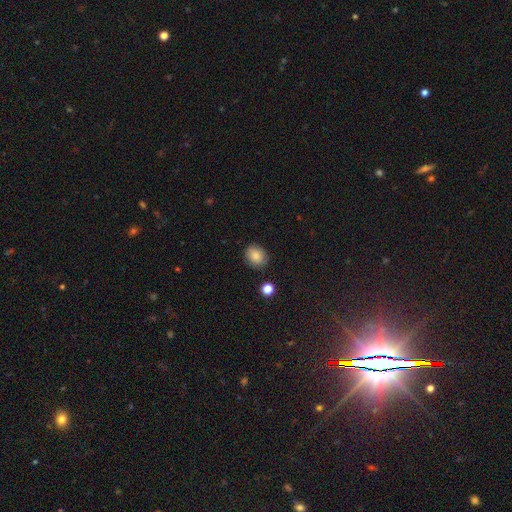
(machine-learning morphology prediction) Smooth or featured? Predicted: smooth (p=0.84). How rounded? Predicted: round (p=0.56). Merging? Predicted: none (p=0.84).